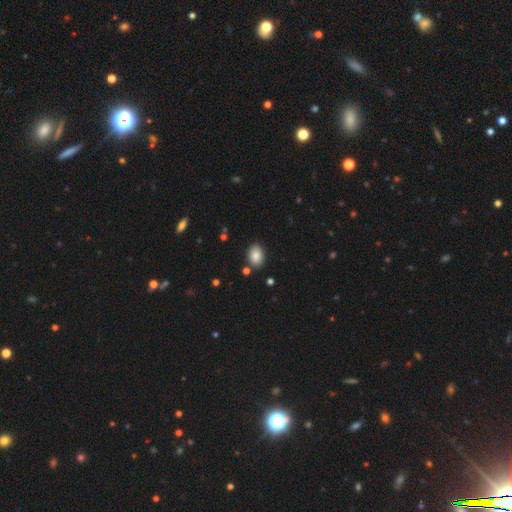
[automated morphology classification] smooth-or-featured: smooth: 86% | star or artifact: 8% | featured or disk: 6%
  how-rounded: in between: 77% | round: 21% | cigar-shaped: 1%
  merging: none: 84% | minor disturbance: 10% | merger: 4% | major disturbance: 2%